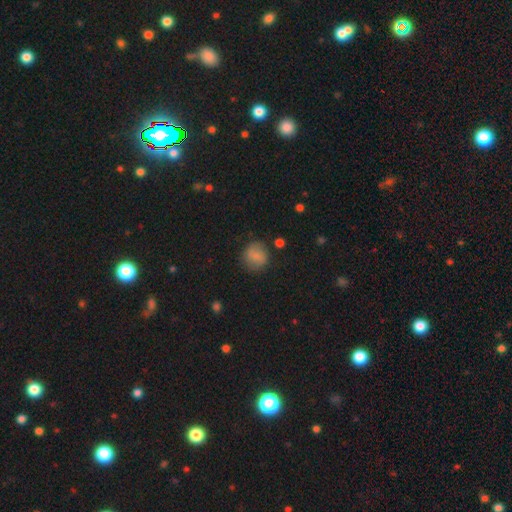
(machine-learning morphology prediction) Q: Smooth or featured?
A: smooth (78%); runner-up: featured or disk (13%)
Q: How rounded?
A: round (83%); runner-up: in between (16%)
Q: Merging?
A: none (76%); runner-up: minor disturbance (17%)